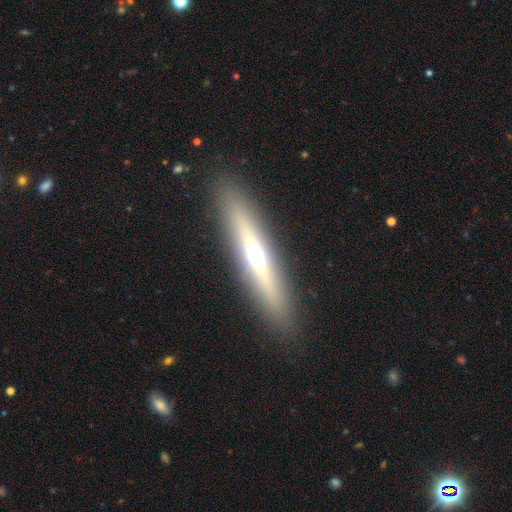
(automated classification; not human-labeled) This is possibly a featured or disk galaxy (57%). It is clearly viewed edge-on (89%). Edge-on bulge: clearly rounded (89%). Merging: clearly none (89%).